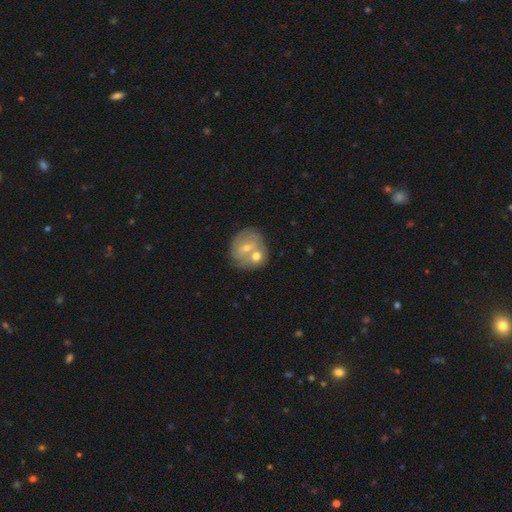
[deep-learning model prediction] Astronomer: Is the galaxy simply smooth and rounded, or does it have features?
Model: featured or disk — 44% (runner-up: smooth, 42%).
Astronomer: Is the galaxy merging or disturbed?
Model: none — 59%.